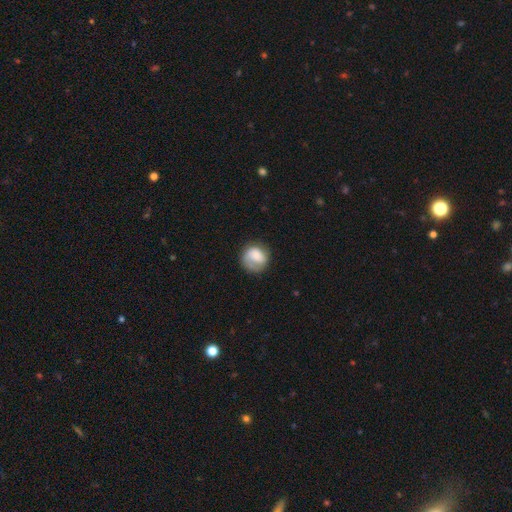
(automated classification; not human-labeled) This appears to be a smooth galaxy with no disk features (65%) that is round (78%). Merging: none (59%).